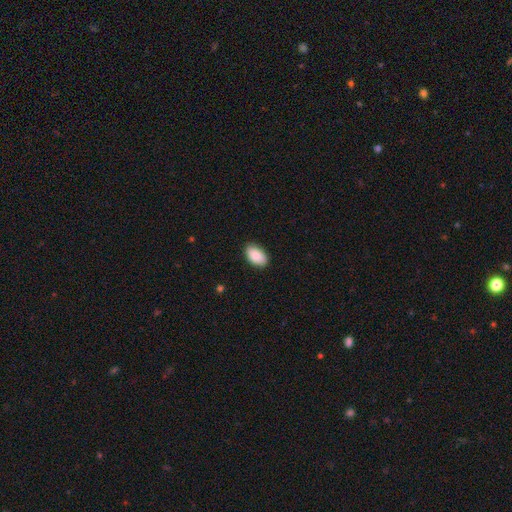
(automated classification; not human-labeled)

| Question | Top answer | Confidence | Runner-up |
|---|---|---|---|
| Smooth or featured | smooth | 87% | featured or disk (7%) |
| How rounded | in between | 93% | round (6%) |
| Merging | none | 86% | minor disturbance (12%) |